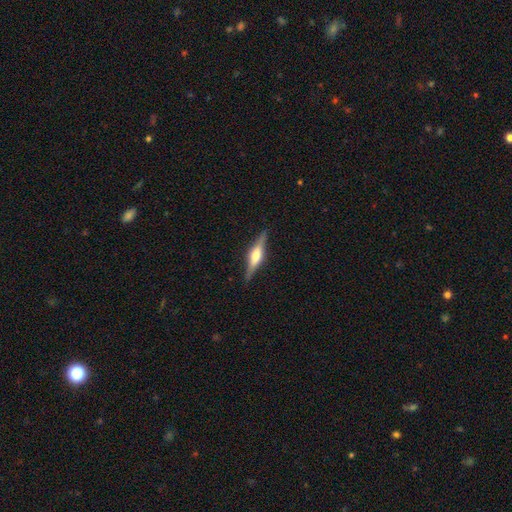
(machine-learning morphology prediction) This is likely a featured or disk galaxy (72%). It is clearly viewed edge-on (97%). Edge-on bulge: likely rounded (79%). Merging: clearly none (88%).